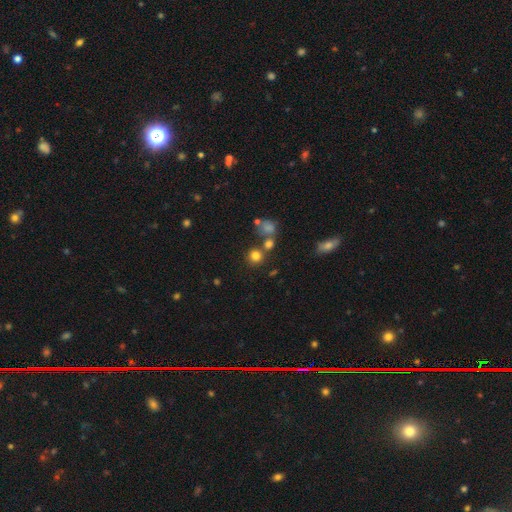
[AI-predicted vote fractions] Overall: smooth (77%). How rounded: round (89%). Merging: none (70%).